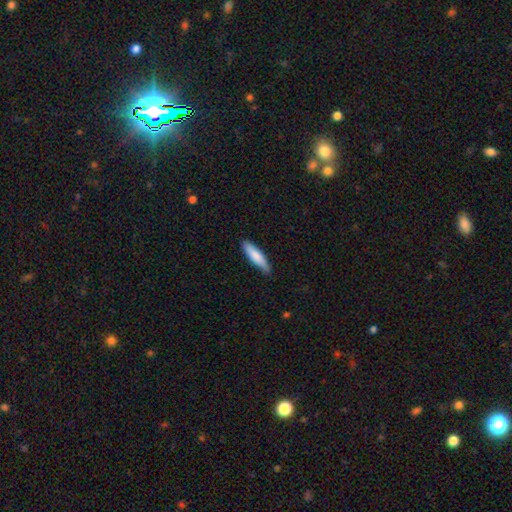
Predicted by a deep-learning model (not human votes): This is likely a smooth galaxy (80%). How rounded: likely cigar-shaped (78%). Merging: clearly none (84%).